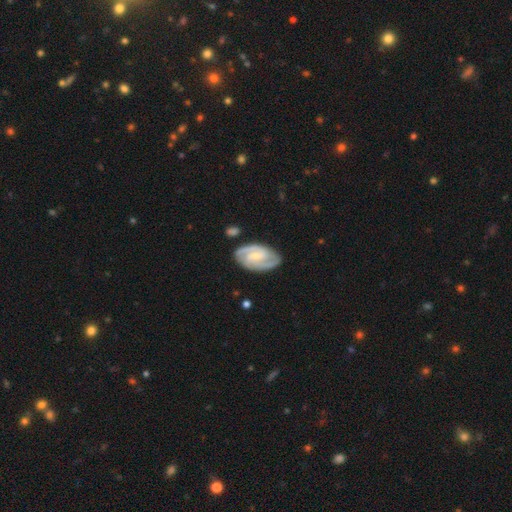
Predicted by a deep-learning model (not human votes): Overall: featured or disk (87%). Edge-on disk: no (97%). Bar: weak (50%; no 28%). Spiral arms: yes (97%). Spiral arm count: 2 (78%). Spiral winding: tight (48%; medium 43%). Bulge size: small (66%; moderate 28%). Merging: none (82%).